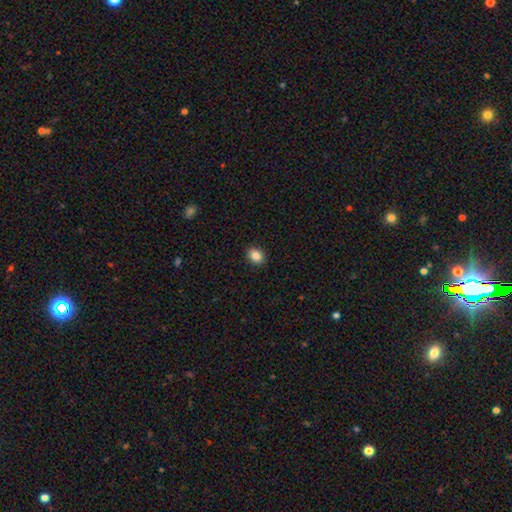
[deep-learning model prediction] This is clearly a smooth galaxy (85%). How rounded: likely in between (60%). Merging: clearly none (91%).